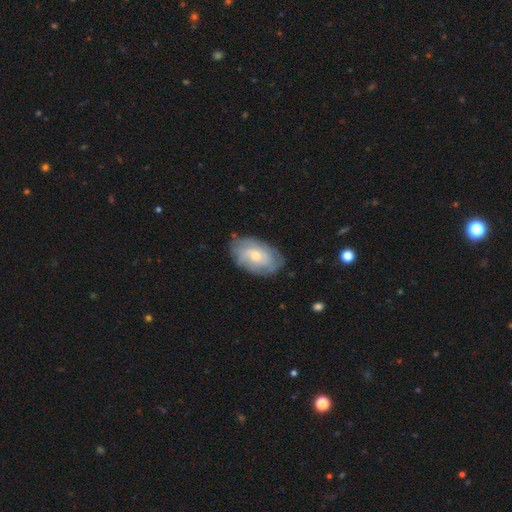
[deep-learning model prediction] smooth-or-featured: featured or disk: 52% | smooth: 41% | star or artifact: 6%
  disk-edge-on: no: 94% | yes: 6%
  merging: none: 76% | minor disturbance: 18% | major disturbance: 5% | merger: 1%